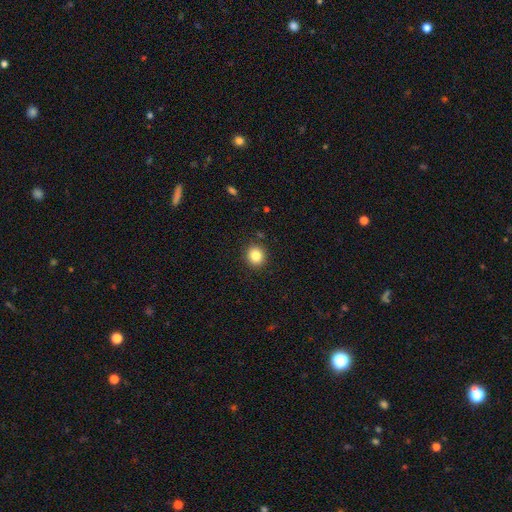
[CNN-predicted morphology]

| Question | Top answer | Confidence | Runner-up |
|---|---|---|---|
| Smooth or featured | smooth | 84% | star or artifact (10%) |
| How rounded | round | 86% | in between (13%) |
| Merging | none | 90% | minor disturbance (6%) |